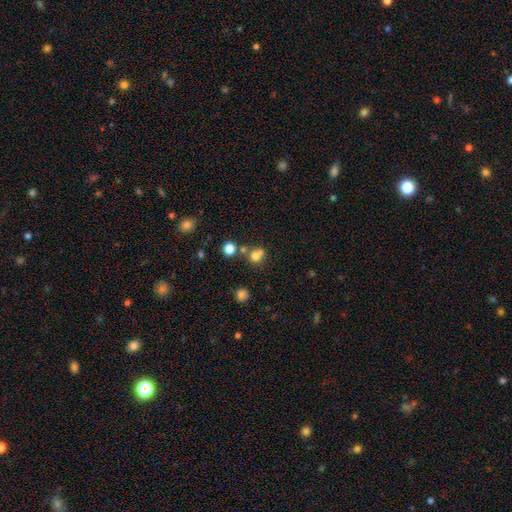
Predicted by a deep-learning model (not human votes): smooth_or_featured: smooth (p=0.71) [alt: star or artifact p=0.17]
how_rounded: round (p=0.81) [alt: in between p=0.18]
merging: none (p=0.46) [alt: merger p=0.39]